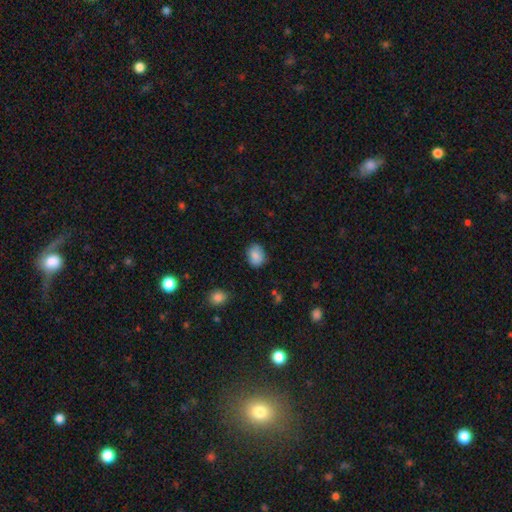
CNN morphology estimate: A smooth galaxy with no disk features (85%) that is in between round and cigar-shaped (55%). Merging: none (79%).